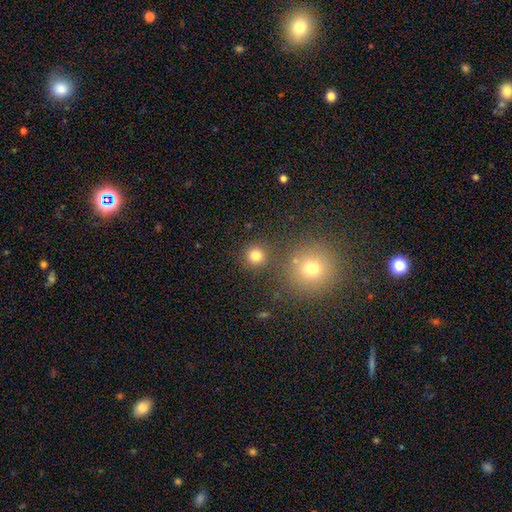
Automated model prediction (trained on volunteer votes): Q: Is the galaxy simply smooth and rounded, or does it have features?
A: smooth — 79%.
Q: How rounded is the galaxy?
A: round — 93%.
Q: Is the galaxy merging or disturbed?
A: none — 82%.